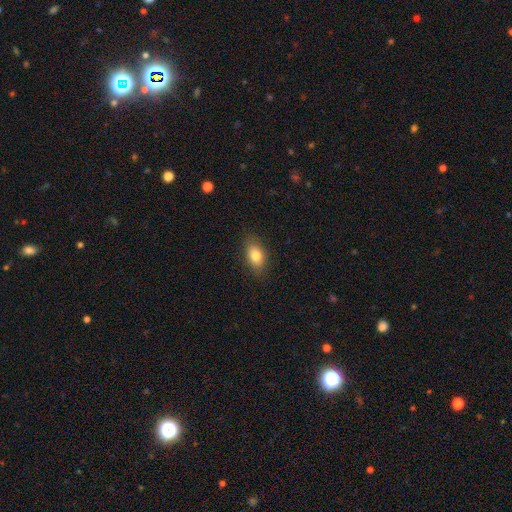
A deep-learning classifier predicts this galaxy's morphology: Q: Smooth or featured?
A: smooth (82%); runner-up: featured or disk (10%)
Q: How rounded?
A: in between (86%); runner-up: round (10%)
Q: Merging?
A: none (86%); runner-up: minor disturbance (11%)